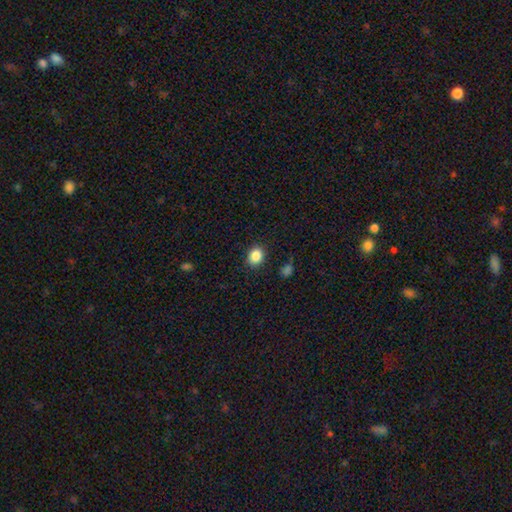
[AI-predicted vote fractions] smooth-or-featured: smooth: 87% | star or artifact: 10% | featured or disk: 4%
  how-rounded: round: 57% | in between: 42% | cigar-shaped: 1%
  merging: none: 87% | minor disturbance: 9% | major disturbance: 3% | merger: 1%